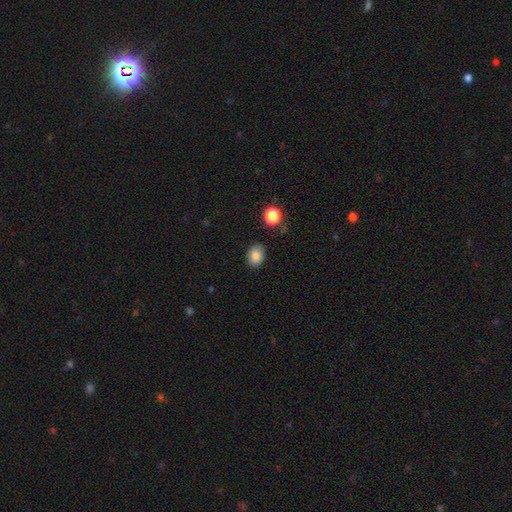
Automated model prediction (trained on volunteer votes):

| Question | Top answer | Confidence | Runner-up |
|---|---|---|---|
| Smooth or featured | smooth | 85% | star or artifact (10%) |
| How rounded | in between | 62% | round (37%) |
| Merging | none | 82% | minor disturbance (12%) |